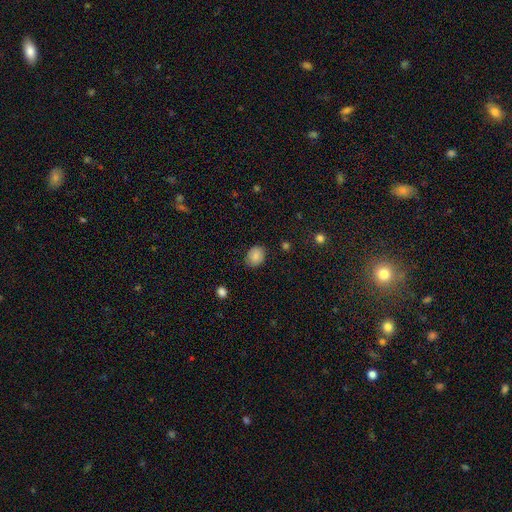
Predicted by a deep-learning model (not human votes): Smooth or featured? Predicted: smooth (p=0.85). How rounded? Predicted: in between (p=0.51). Merging? Predicted: none (p=0.82).